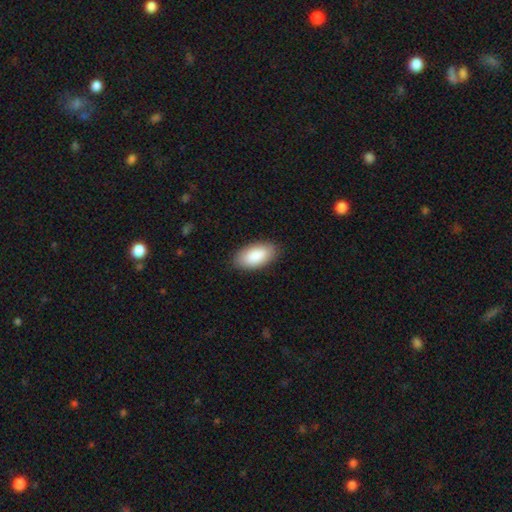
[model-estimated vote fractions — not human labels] The model was most divided on "merging": none: 87%, minor disturbance: 10%, major disturbance: 2%, merger: 1%. More confident: how rounded — in between (95%); smooth or featured — smooth (89%).